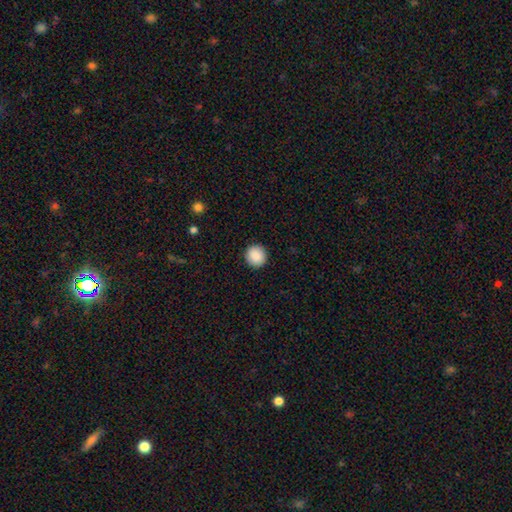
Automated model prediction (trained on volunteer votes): Overall: smooth (90%). How rounded: round (94%). Merging: none (93%).